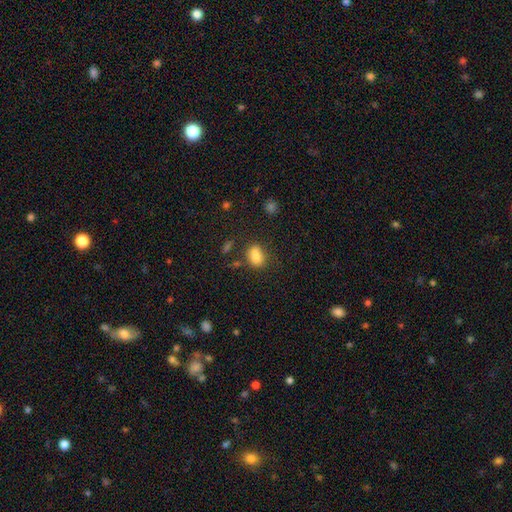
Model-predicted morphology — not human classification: type=smooth (79%); roundness=in between (71%); merging=none (60%).